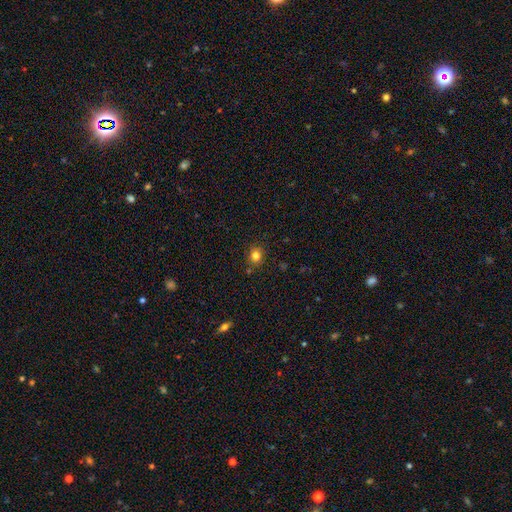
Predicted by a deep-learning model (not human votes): Smooth or featured?
  - smooth: 81% *
  - star or artifact: 13%
  - featured or disk: 6%
How rounded?
  - round: 73% *
  - in between: 26%
  - cigar-shaped: 1%
Merging?
  - none: 85% *
  - minor disturbance: 10%
  - merger: 3%
  - major disturbance: 2%